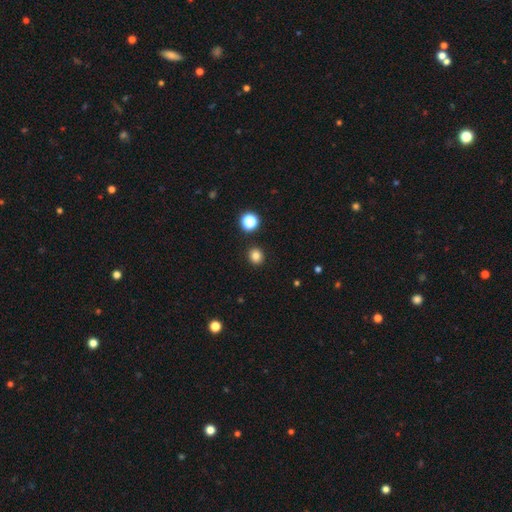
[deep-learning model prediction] smooth 82%, star or artifact 13%, featured or disk 5%. Down the decision tree: how rounded — round (82%); merging — none (91%).